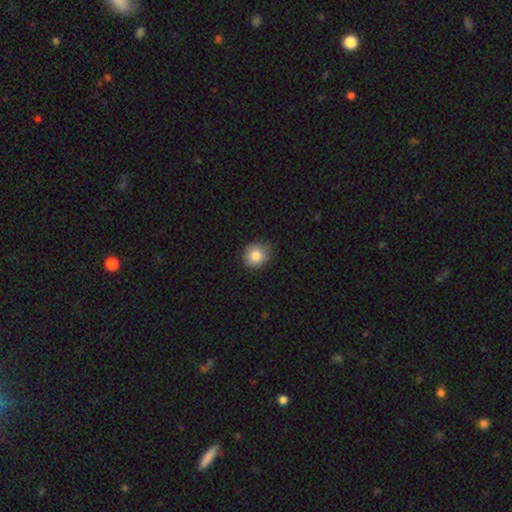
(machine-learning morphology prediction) This appears to be a smooth galaxy with no disk features (84%) that is round (85%). Merging: none (78%).